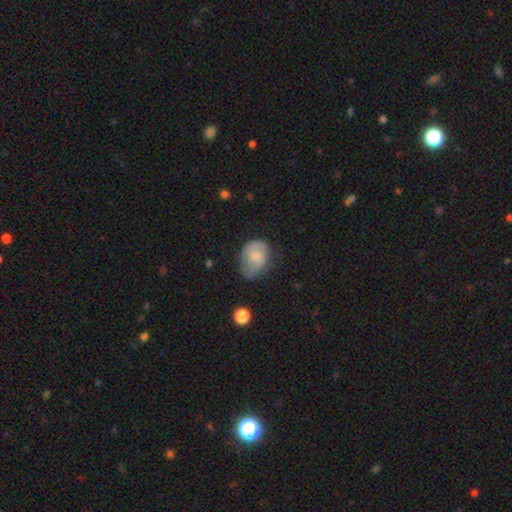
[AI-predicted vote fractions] Smooth or featured: smooth — 57% (featured or disk — 35%)
How rounded: in between — 68% (round — 31%)
Merging: none — 48% (minor disturbance — 35%)